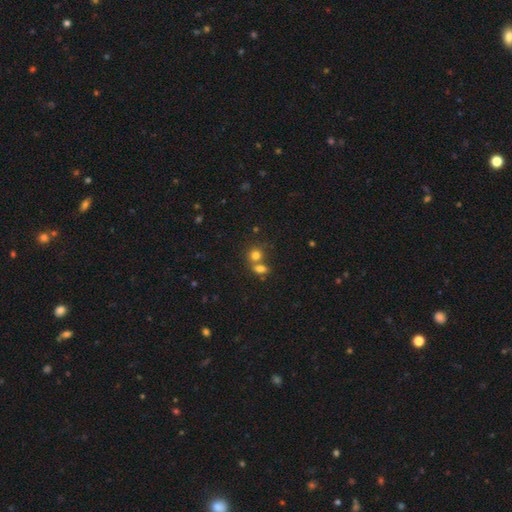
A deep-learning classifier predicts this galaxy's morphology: smooth 78%, star or artifact 13%, featured or disk 10%. Down the decision tree: how rounded — round (69%); merging — merger (48%).